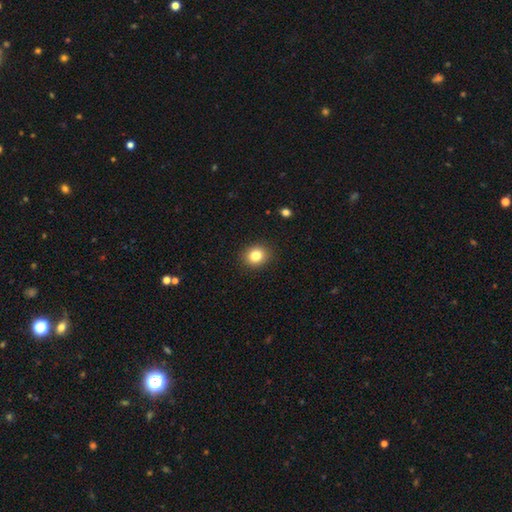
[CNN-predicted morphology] The model was most divided on "how rounded": round: 74%, in between: 25%, cigar-shaped: 1%. More confident: merging — none (91%); smooth or featured — smooth (82%).